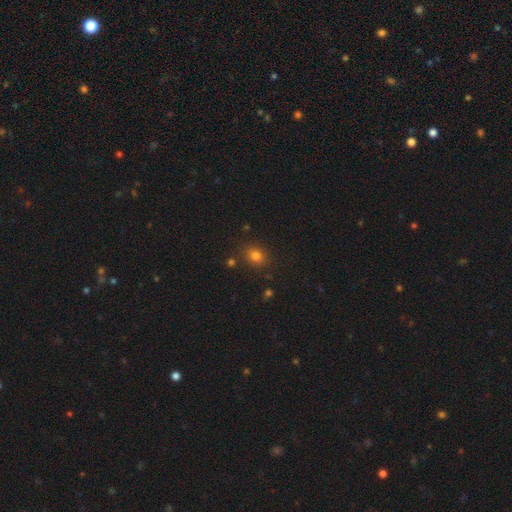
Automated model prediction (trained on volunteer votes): A smooth galaxy with no disk features (77%) that is round (59%).

Vote fractions:
- Smooth or featured? smooth: 77% / star or artifact: 16% / featured or disk: 7%
- How rounded? round: 59% / in between: 39% / cigar-shaped: 1%
- Merging? none: 82% / minor disturbance: 10% / merger: 4% / major disturbance: 3%